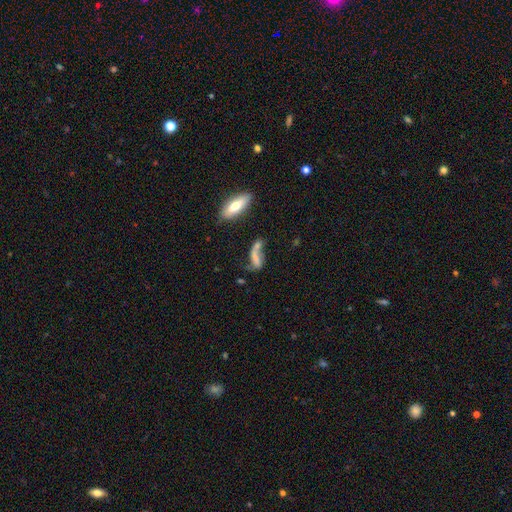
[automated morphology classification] This appears to be a featured or disk galaxy (44%). Merging: none (32%).